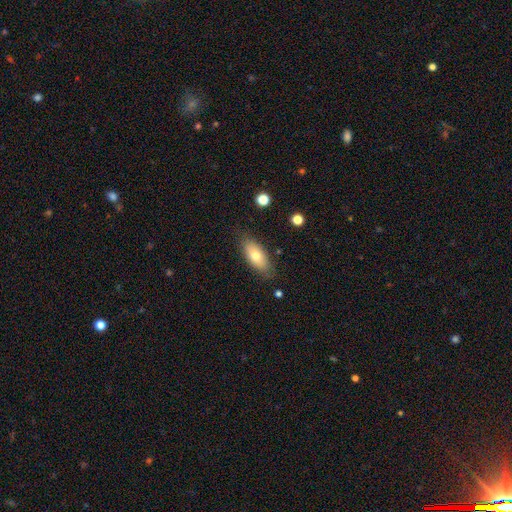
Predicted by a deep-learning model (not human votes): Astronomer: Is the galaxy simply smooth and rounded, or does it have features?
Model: smooth — 73%.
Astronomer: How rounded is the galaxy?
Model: in between — 85%.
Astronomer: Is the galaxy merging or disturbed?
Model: none — 80%.